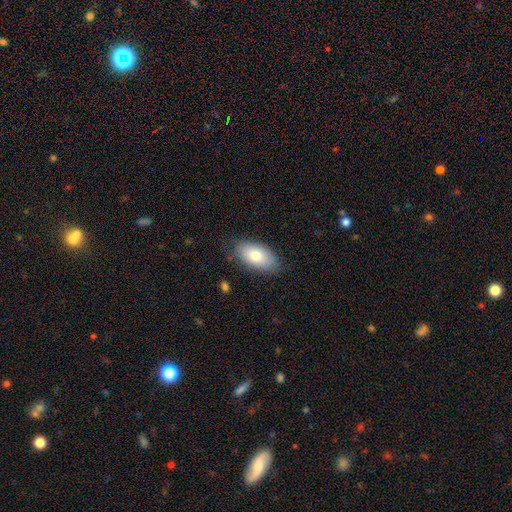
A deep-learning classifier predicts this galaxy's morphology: A smooth galaxy with no disk features (76%) that is in between round and cigar-shaped (93%).

Vote fractions:
- Smooth or featured? smooth: 76% / featured or disk: 16% / star or artifact: 7%
- How rounded? in between: 93% / round: 4% / cigar-shaped: 3%
- Merging? none: 80% / minor disturbance: 15% / major disturbance: 3% / merger: 1%